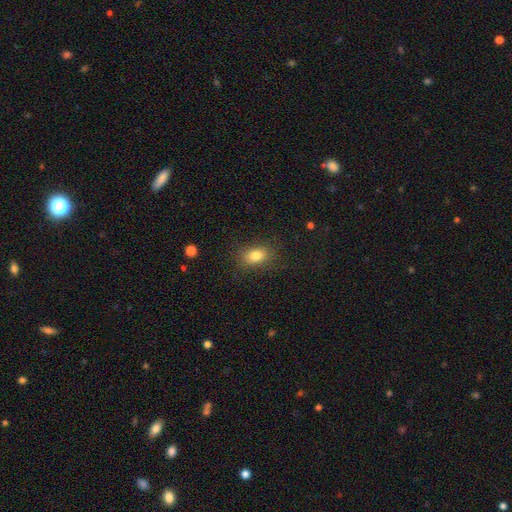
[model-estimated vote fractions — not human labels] Smooth or featured? Predicted: smooth (p=0.81). How rounded? Predicted: in between (p=0.77). Merging? Predicted: none (p=0.83).